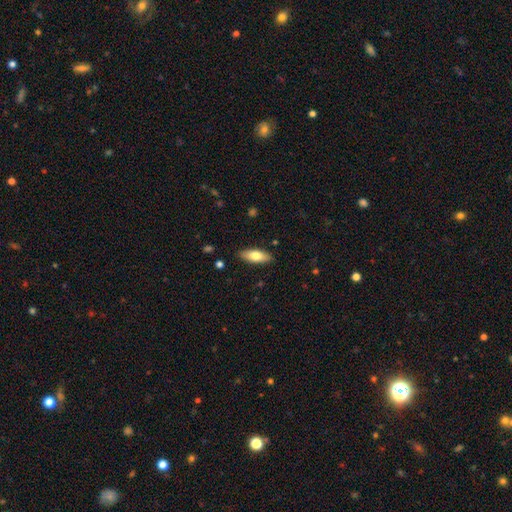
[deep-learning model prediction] Morphology: type=smooth (75%); roundness=in between (75%); merging=none (88%).